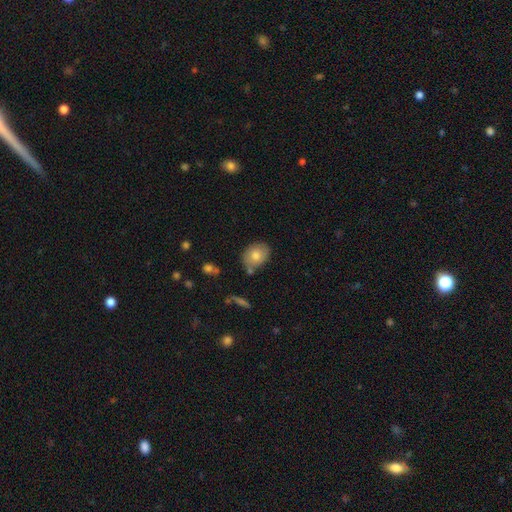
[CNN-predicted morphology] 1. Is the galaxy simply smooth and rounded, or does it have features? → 77% smooth, 15% featured or disk, 8% star or artifact.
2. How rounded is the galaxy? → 59% in between, 40% round, 1% cigar-shaped.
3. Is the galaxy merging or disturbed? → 73% none, 16% minor disturbance, 7% merger, 3% major disturbance.